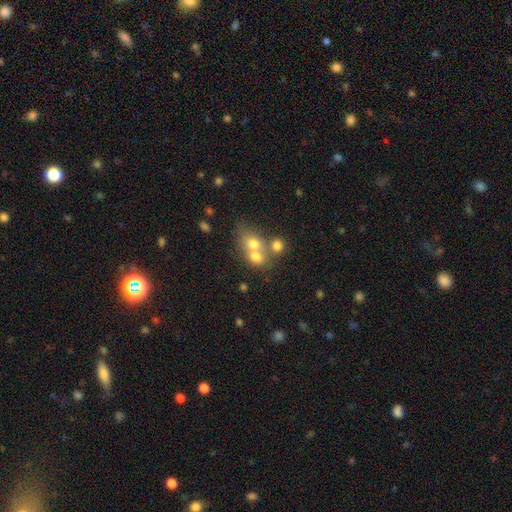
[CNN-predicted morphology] smooth-or-featured: smooth: 67% | featured or disk: 20% | star or artifact: 13%
  how-rounded: round: 55% | in between: 44% | cigar-shaped: 2%
  merging: merger: 61% | none: 27% | minor disturbance: 7% | major disturbance: 5%